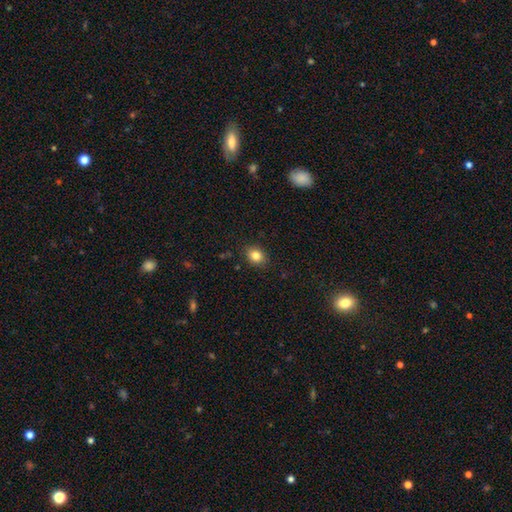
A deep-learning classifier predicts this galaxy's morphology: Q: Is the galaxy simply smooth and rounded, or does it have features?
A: smooth — 83%.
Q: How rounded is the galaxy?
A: round — 53%.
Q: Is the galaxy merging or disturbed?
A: none — 88%.